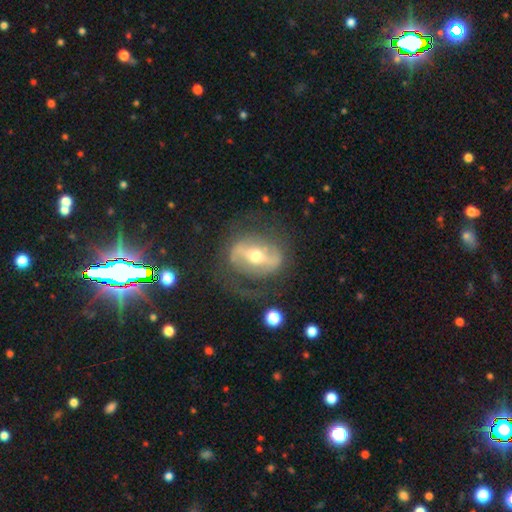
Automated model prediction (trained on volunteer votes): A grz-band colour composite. It shows a featured or disk galaxy (76%) with a strong bar (61%), spiral arms (68%) and a moderate central bulge (66%). Merging: none (67%).